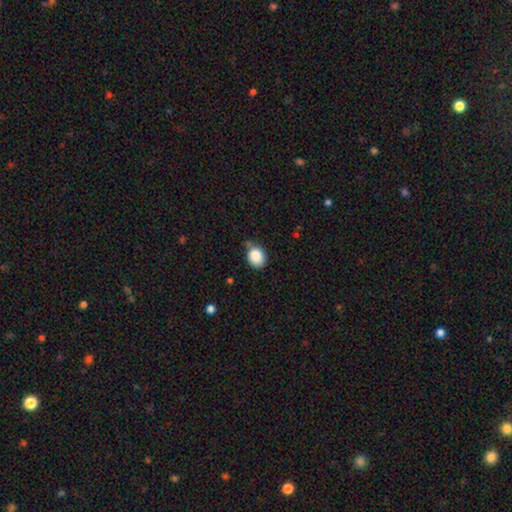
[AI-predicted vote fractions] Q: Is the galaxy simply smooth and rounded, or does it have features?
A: smooth — 86%.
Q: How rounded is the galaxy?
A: round — 50%, tied with in between.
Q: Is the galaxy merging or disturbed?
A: none — 61%.